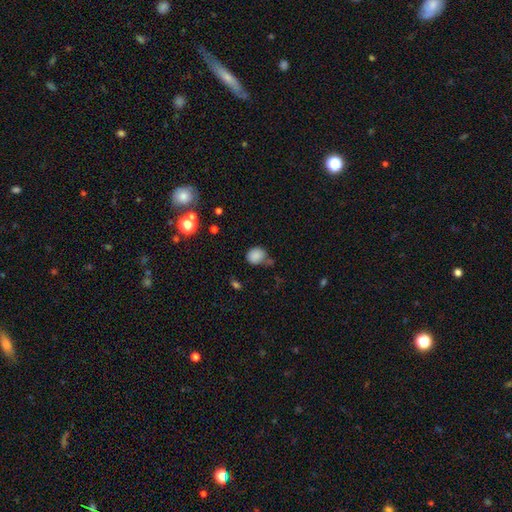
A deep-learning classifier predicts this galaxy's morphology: Overall: smooth (84%). How rounded: round (68%; in between 31%). Merging: none (59%; minor disturbance 23%).